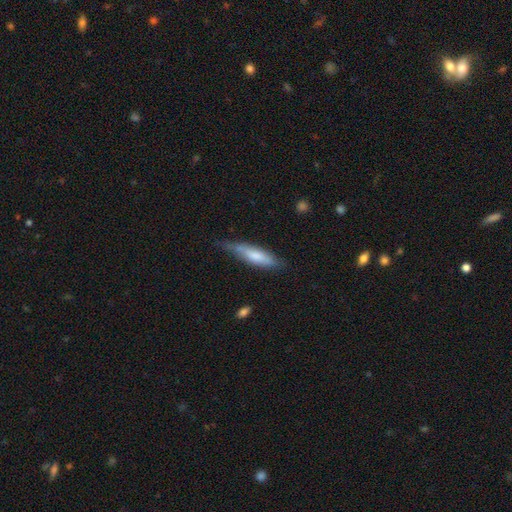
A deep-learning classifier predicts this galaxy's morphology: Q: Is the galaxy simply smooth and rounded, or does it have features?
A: smooth — 66%.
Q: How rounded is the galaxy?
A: cigar-shaped — 71%.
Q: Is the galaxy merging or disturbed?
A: none — 56%.